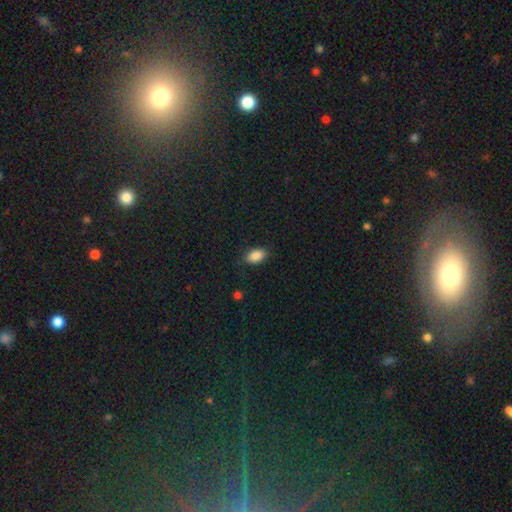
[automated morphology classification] Smooth or featured: smooth — 87% (star or artifact — 8%)
How rounded: in between — 92% (round — 6%)
Merging: none — 83% (minor disturbance — 12%)